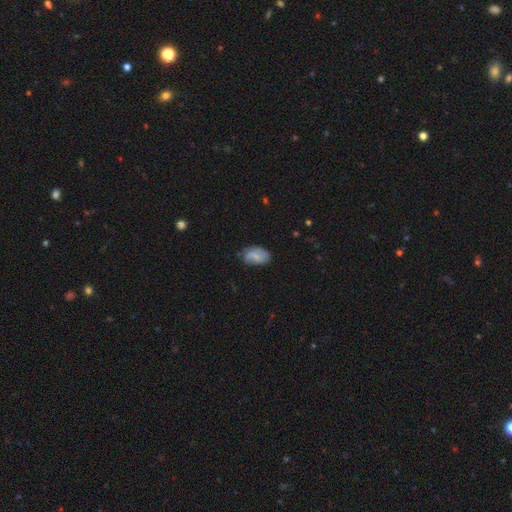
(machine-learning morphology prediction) smooth 57%, featured or disk 35%, star or artifact 8%. Down the decision tree: how rounded — in between (90%); merging — none (62%).